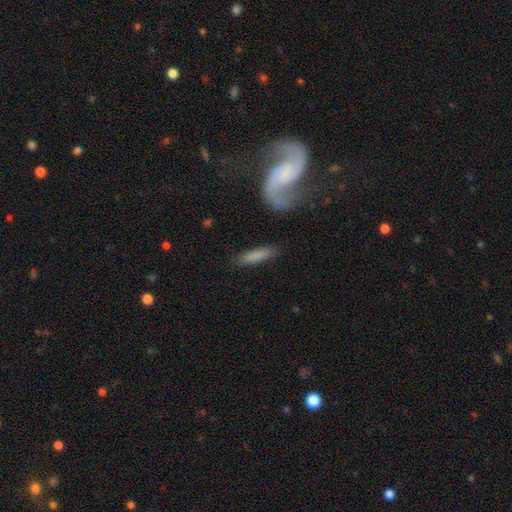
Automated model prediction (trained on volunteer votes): A smooth galaxy with no disk features (75%) that is cigar-shaped (77%). Merging: none (79%).